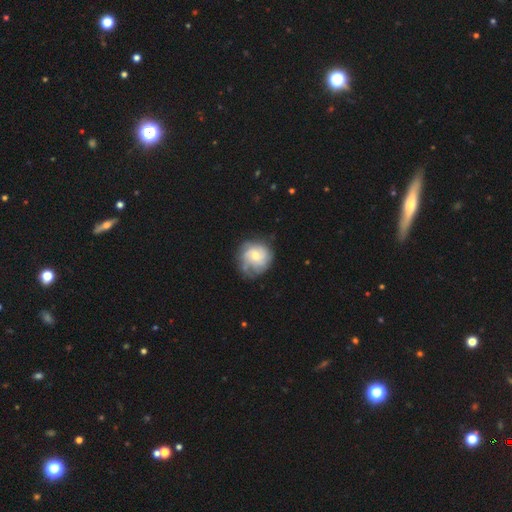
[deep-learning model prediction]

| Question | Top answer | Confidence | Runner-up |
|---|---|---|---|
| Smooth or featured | featured or disk | 60% | smooth (33%) |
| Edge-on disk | no | 98% | yes (2%) |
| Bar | no | 72% | weak (25%) |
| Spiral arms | yes | 84% | no (16%) |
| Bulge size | moderate | 48% | small (45%) |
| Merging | none | 63% | minor disturbance (23%) |